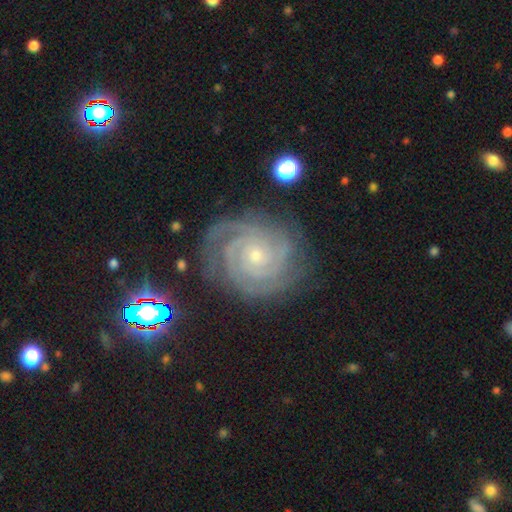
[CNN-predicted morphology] featured or disk 89%, star or artifact 7%, smooth 4%. Down the decision tree: edge-on disk — no (98%); bar — no (76%); spiral arms — yes (99%); spiral arm count — 3 (31%); spiral winding — tight (83%); bulge size — small (78%); merging — none (80%).